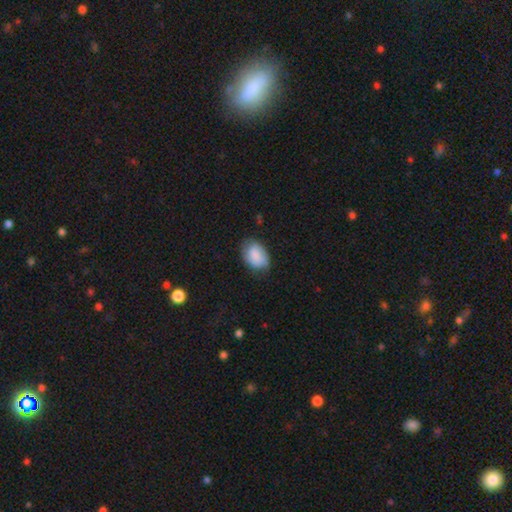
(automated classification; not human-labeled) Smooth or featured: smooth — 84% (featured or disk — 10%)
How rounded: in between — 83% (round — 15%)
Merging: none — 67% (minor disturbance — 26%)